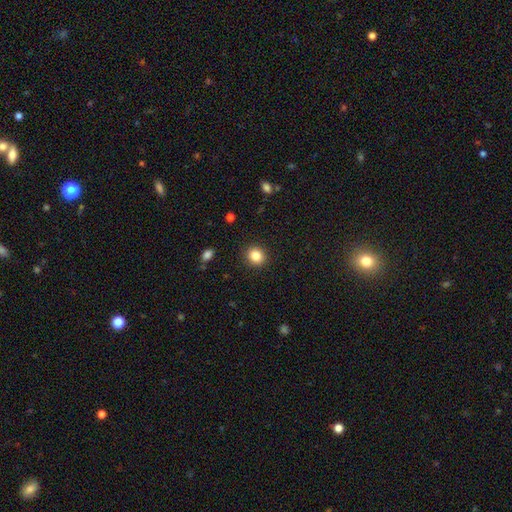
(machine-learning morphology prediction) This is clearly a smooth galaxy (84%). How rounded: likely round (79%). Merging: clearly none (90%).